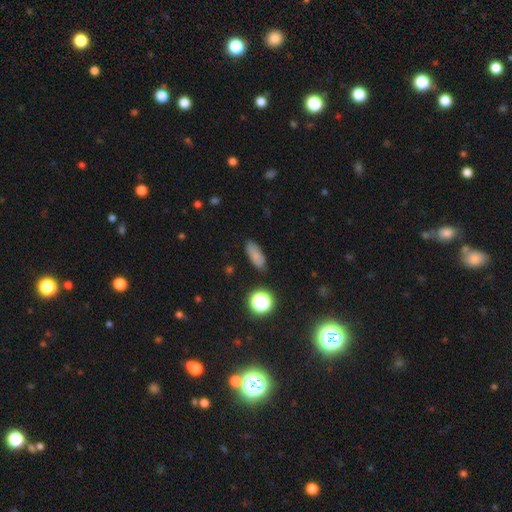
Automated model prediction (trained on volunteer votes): Morphology: type=smooth (79%); roundness=in between (77%); merging=none (84%).